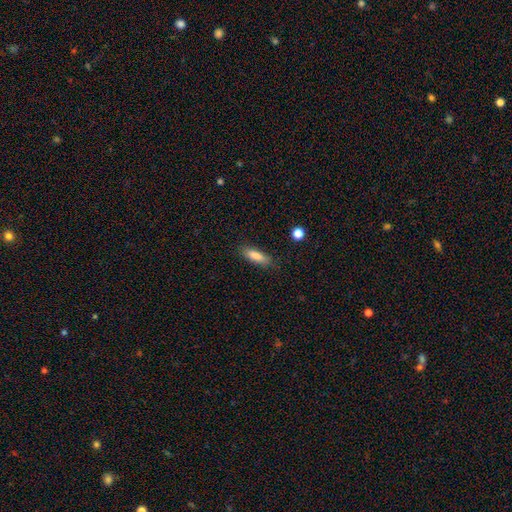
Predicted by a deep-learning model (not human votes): A smooth galaxy with no disk features (82%) that is in between round and cigar-shaped (50%).

Vote fractions:
- Smooth or featured? smooth: 82% / featured or disk: 11% / star or artifact: 8%
- How rounded? in between: 50% / cigar-shaped: 48% / round: 2%
- Merging? none: 82% / minor disturbance: 13% / major disturbance: 3% / merger: 2%